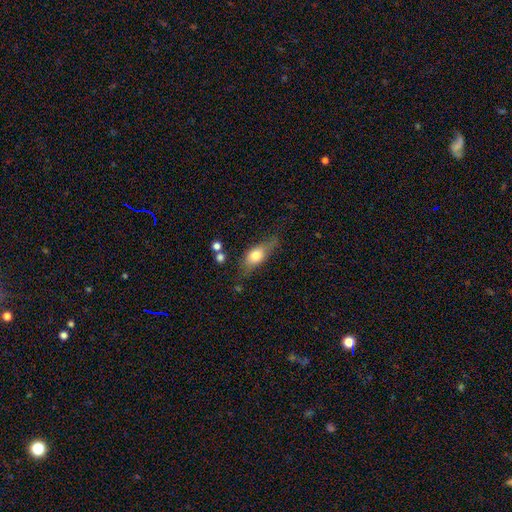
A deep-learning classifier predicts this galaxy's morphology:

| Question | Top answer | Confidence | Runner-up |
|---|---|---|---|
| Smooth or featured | smooth | 66% | featured or disk (27%) |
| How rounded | in between | 72% | cigar-shaped (20%) |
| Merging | none | 60% | minor disturbance (27%) |